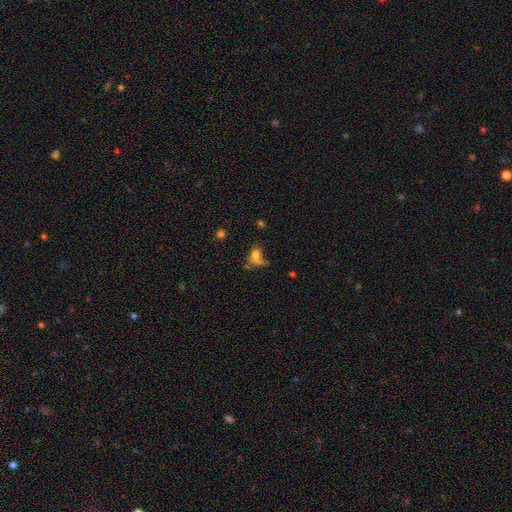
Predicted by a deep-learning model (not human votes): Smooth or featured? Predicted: smooth (p=0.68). How rounded? Predicted: in between (p=0.63). Merging? Predicted: none (p=0.35).